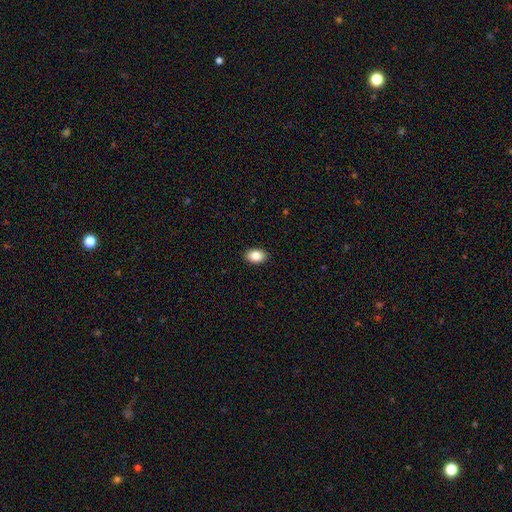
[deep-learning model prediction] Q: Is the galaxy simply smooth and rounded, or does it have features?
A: smooth — 86%.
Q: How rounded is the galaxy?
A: in between — 85%.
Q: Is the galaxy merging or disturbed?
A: none — 90%.